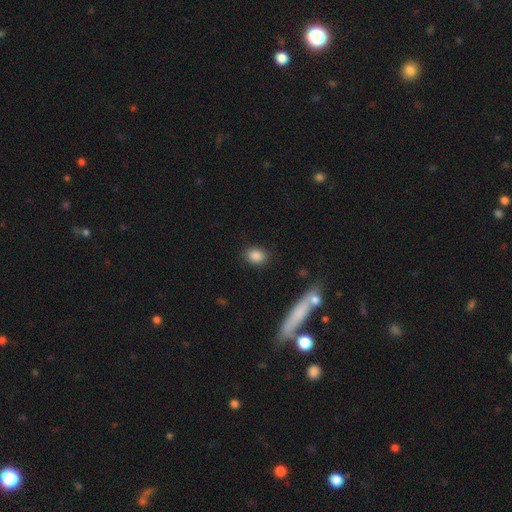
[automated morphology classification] Smooth or featured: smooth — 86% (star or artifact — 9%)
How rounded: in between — 64% (round — 34%)
Merging: none — 87% (minor disturbance — 9%)